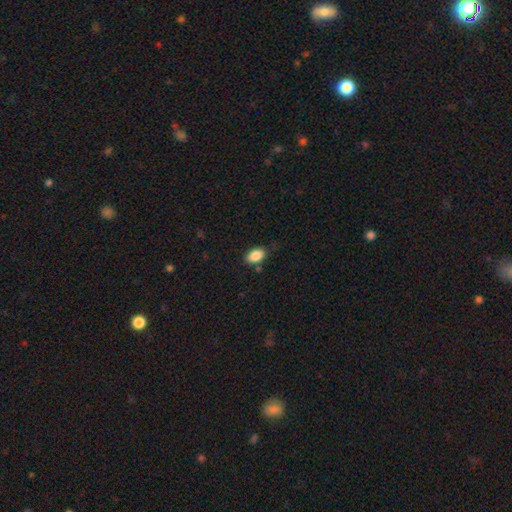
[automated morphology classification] This is clearly a smooth galaxy (87%). How rounded: clearly in between (88%). Merging: likely none (79%).